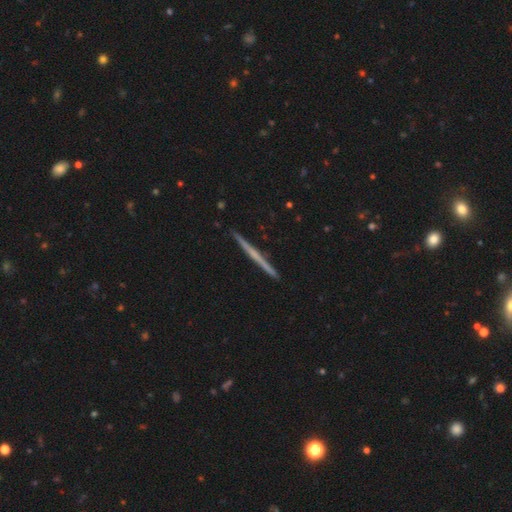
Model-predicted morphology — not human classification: A featured or disk galaxy (64%) viewed edge-on (98%) with no central bulge (77%). Merging: none (93%).